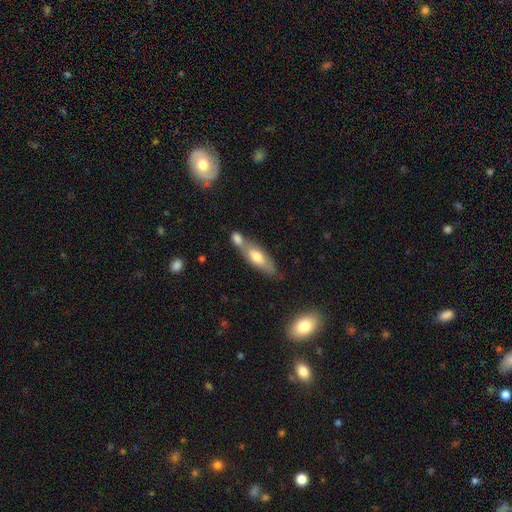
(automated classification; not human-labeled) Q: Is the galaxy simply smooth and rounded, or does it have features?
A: smooth — 62%.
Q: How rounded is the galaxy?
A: in between — 59%.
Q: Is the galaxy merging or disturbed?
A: merger — 46%.